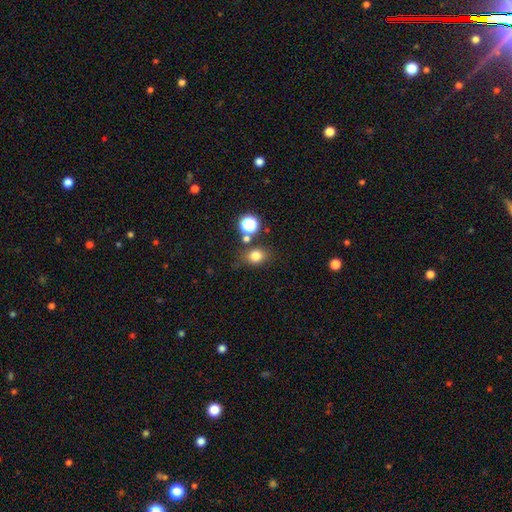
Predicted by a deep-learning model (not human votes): Overall: smooth (78%). How rounded: round (59%; in between 39%). Merging: none (72%).